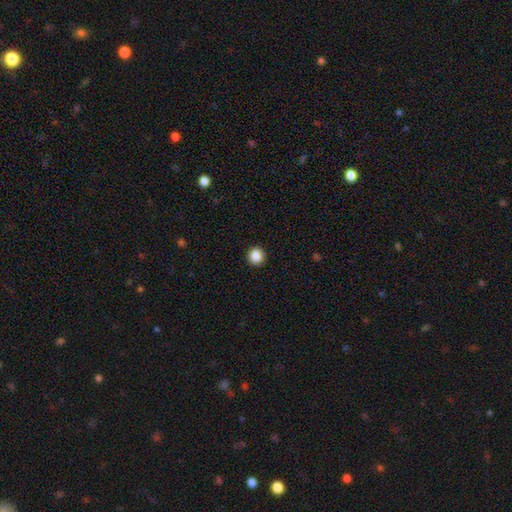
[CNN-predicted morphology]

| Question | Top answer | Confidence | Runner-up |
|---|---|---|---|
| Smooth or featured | smooth | 86% | star or artifact (10%) |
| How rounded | round | 93% | in between (6%) |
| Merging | none | 93% | minor disturbance (4%) |